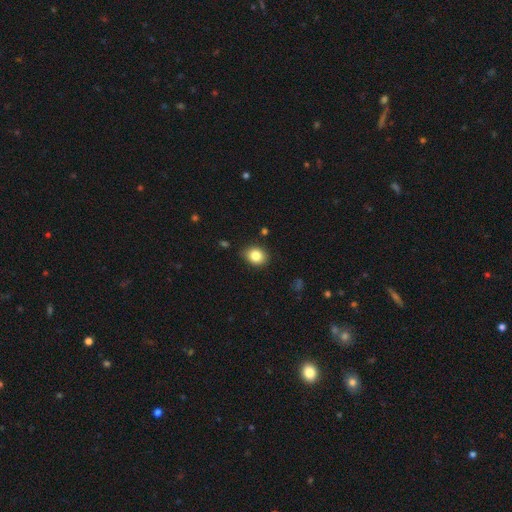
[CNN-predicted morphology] A smooth galaxy with no disk features (84%) that is round (54%).

Vote fractions:
- Smooth or featured? smooth: 84% / star or artifact: 9% / featured or disk: 7%
- How rounded? round: 54% / in between: 45% / cigar-shaped: 1%
- Merging? none: 84% / minor disturbance: 12% / major disturbance: 2% / merger: 2%